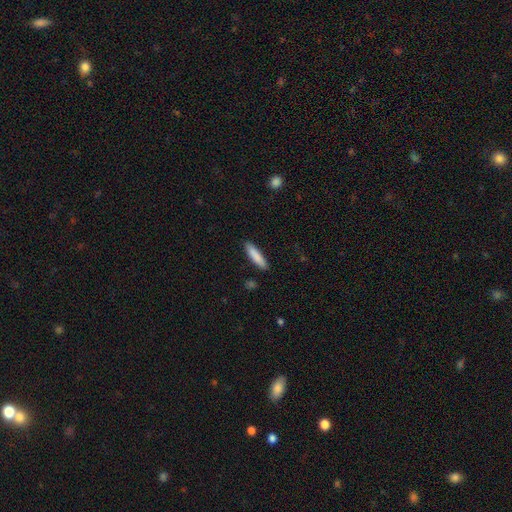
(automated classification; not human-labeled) Smooth or featured? smooth (86%)
How rounded? cigar-shaped (79%)
Merging? none (89%)